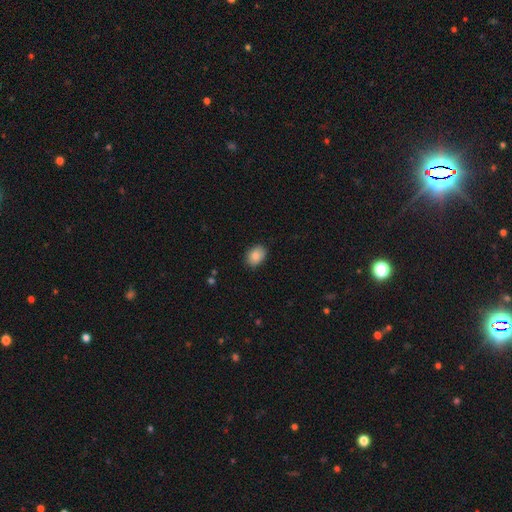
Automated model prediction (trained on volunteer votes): A smooth galaxy with no disk features (87%) that is in between round and cigar-shaped (72%).

Vote fractions:
- Smooth or featured? smooth: 87% / star or artifact: 8% / featured or disk: 6%
- How rounded? in between: 72% / round: 27% / cigar-shaped: 1%
- Merging? none: 86% / minor disturbance: 11% / major disturbance: 2% / merger: 1%